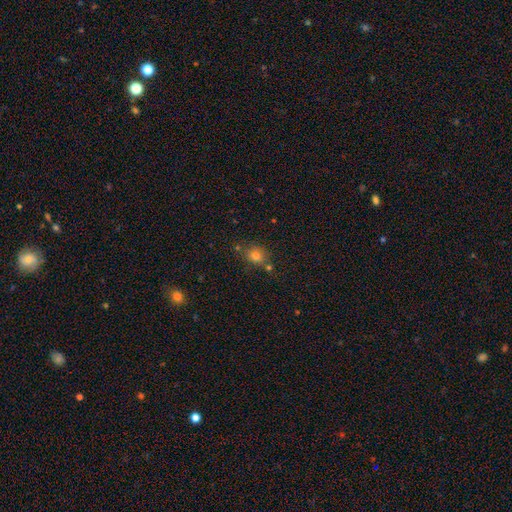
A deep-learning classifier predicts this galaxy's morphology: A smooth galaxy with no disk features (77%) that is round (67%). Merging: none (70%).